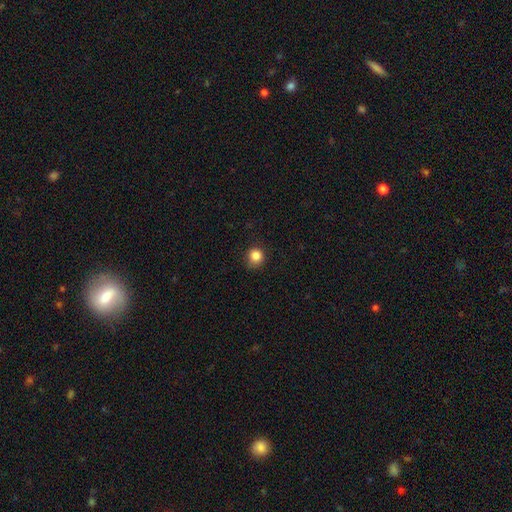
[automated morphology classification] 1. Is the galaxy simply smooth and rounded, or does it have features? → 85% smooth, 11% star or artifact, 4% featured or disk.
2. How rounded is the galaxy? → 90% round, 10% in between, 1% cigar-shaped.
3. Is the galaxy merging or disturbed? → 81% none, 14% minor disturbance, 3% major disturbance, 1% merger.